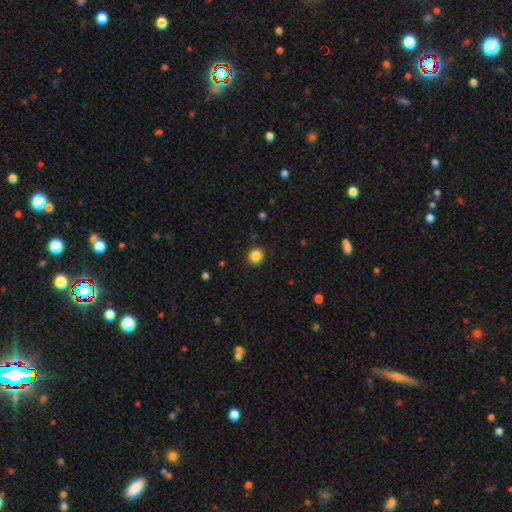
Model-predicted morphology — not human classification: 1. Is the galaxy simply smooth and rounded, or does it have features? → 86% smooth, 11% star or artifact, 3% featured or disk.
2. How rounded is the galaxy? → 89% round, 10% in between, 1% cigar-shaped.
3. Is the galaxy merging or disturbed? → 90% none, 7% minor disturbance, 2% major disturbance, 1% merger.